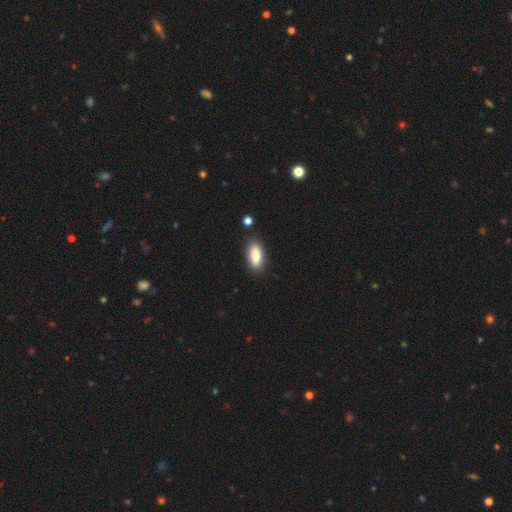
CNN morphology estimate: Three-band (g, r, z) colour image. It shows a smooth galaxy with no disk features (85%) that is in between round and cigar-shaped (82%). Merging: none (86%).